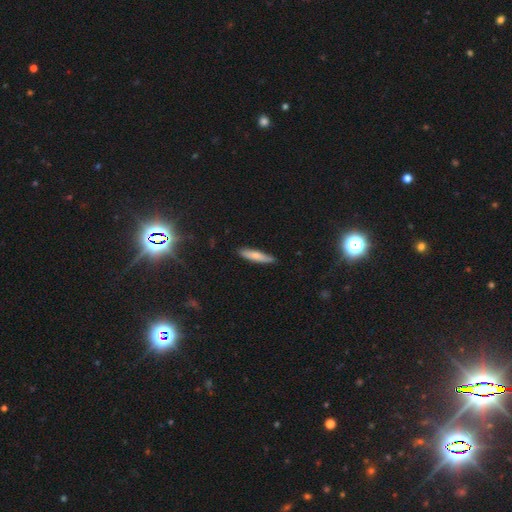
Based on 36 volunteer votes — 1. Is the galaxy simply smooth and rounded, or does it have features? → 72% smooth, 25% featured or disk, 3% star or artifact.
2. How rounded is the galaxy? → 69% cigar-shaped, 31% in between, 0% round.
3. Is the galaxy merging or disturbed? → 94% none, 6% minor disturbance, 0% major disturbance, 0% merger.